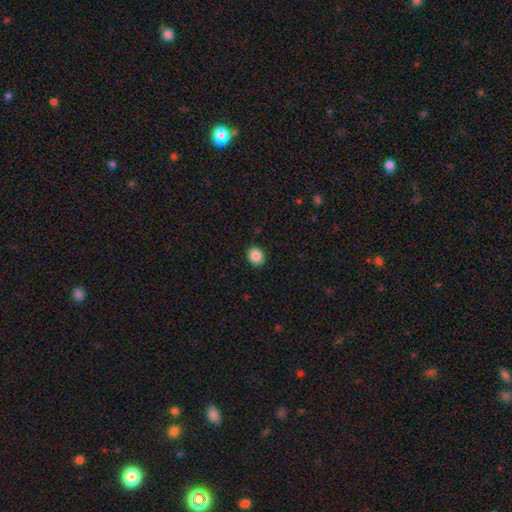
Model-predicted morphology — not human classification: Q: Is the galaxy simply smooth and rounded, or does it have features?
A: smooth — 88%.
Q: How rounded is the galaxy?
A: round — 55%.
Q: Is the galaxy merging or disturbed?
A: none — 90%.